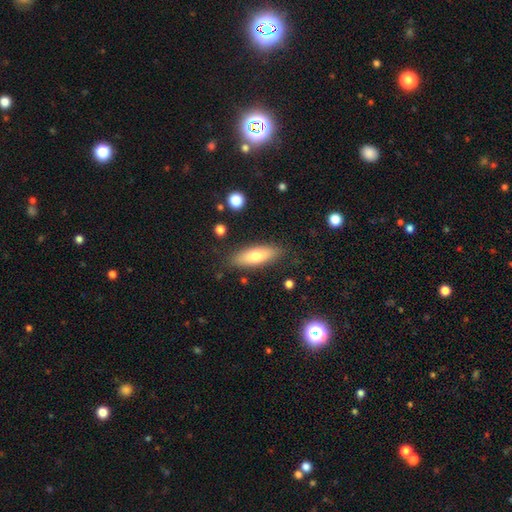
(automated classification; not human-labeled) smooth-or-featured: smooth: 68% | featured or disk: 24% | star or artifact: 7%
  how-rounded: in between: 54% | cigar-shaped: 44% | round: 2%
  merging: none: 85% | minor disturbance: 11% | major disturbance: 3% | merger: 2%